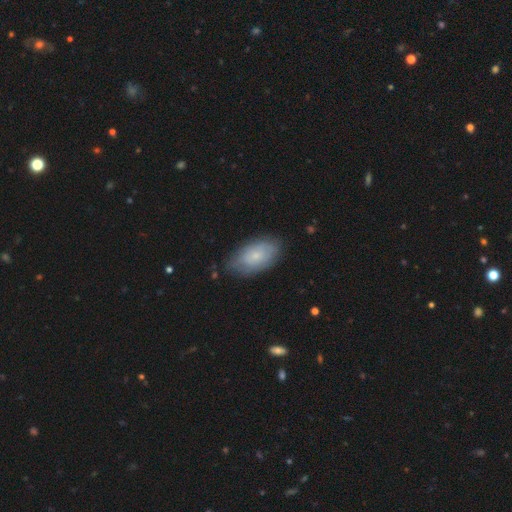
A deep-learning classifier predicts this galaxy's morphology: Smooth or featured?
  - smooth: 63% *
  - featured or disk: 30%
  - star or artifact: 7%
How rounded?
  - in between: 93% *
  - round: 4%
  - cigar-shaped: 3%
Merging?
  - none: 74% *
  - minor disturbance: 20%
  - major disturbance: 4%
  - merger: 1%